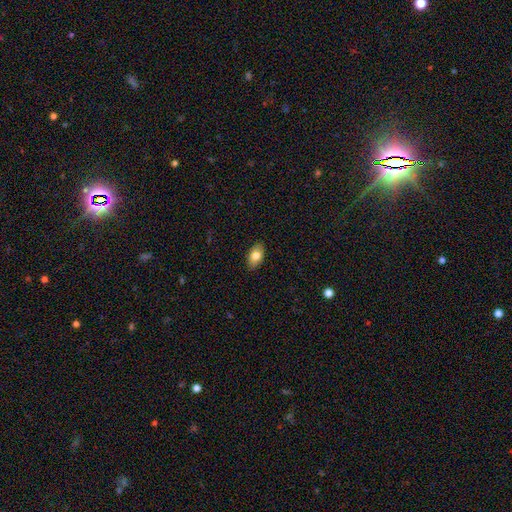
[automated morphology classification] smooth_or_featured: smooth (p=0.80) [alt: featured or disk p=0.13]
how_rounded: in between (p=0.92) [alt: round p=0.06]
merging: none (p=0.88) [alt: minor disturbance p=0.09]